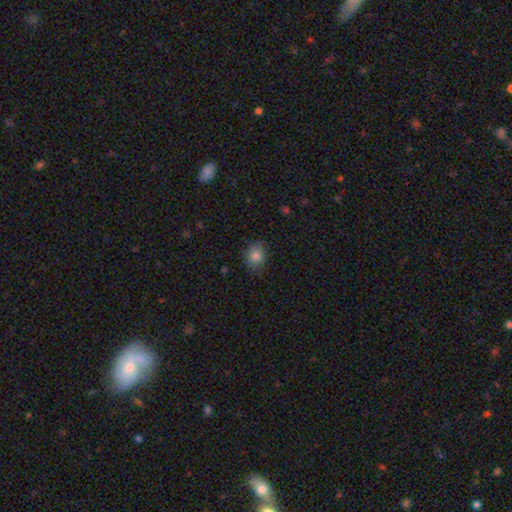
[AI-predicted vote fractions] A smooth galaxy with no disk features (83%) that is round (60%).

Vote fractions:
- Smooth or featured? smooth: 83% / star or artifact: 10% / featured or disk: 7%
- How rounded? round: 60% / in between: 39% / cigar-shaped: 1%
- Merging? none: 78% / minor disturbance: 17% / major disturbance: 4% / merger: 1%